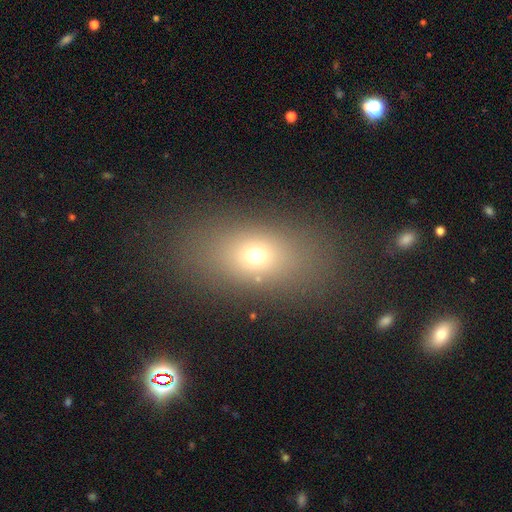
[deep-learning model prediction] smooth-or-featured: smooth: 67% | star or artifact: 18% | featured or disk: 16%
  how-rounded: in between: 75% | round: 20% | cigar-shaped: 4%
  merging: none: 82% | minor disturbance: 10% | major disturbance: 6% | merger: 2%